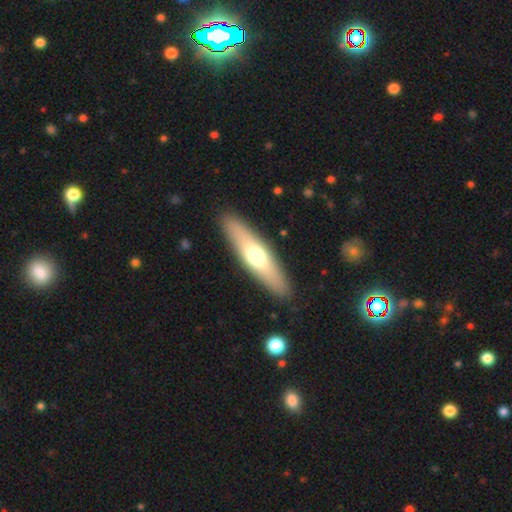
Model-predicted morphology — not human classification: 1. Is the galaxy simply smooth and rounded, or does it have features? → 57% smooth, 37% featured or disk, 6% star or artifact.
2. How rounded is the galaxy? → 61% cigar-shaped, 36% in between, 2% round.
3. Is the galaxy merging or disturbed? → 89% none, 7% minor disturbance, 2% major disturbance, 1% merger.